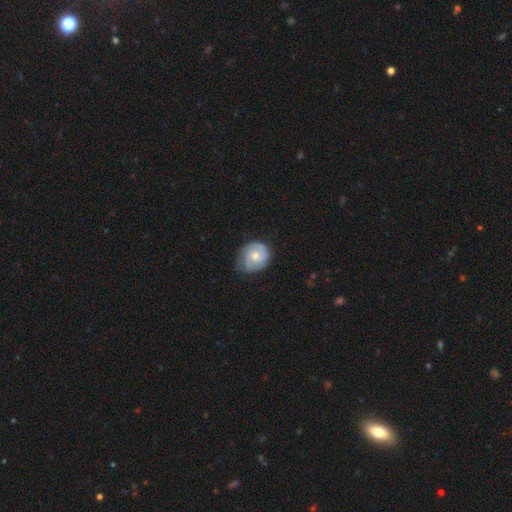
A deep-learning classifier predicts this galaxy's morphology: smooth-or-featured: featured or disk: 66% | smooth: 29% | star or artifact: 5%
  disk-edge-on: no: 98% | yes: 2%
    bar: no: 72% | weak: 25% | strong: 3%
    has-spiral-arms: yes: 89% | no: 11%
      spiral-winding: tight: 60% | medium: 31% | loose: 9%
      spiral-arm-count: 2: 59% | can't tell: 19% | 1: 11% | 3: 8% | 4: 2% | more than 4: 2%
    bulge-size: moderate: 61% | small: 26% | large: 8% | none: 3% | dominant: 1%
  merging: none: 64% | minor disturbance: 27% | major disturbance: 8% | merger: 1%